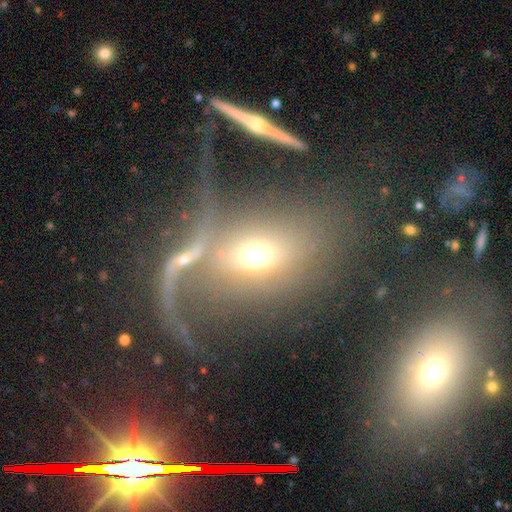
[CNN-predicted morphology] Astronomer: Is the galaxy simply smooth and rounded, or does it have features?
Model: featured or disk — 45% (runner-up: smooth, 40%).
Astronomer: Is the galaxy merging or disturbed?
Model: merger — 39% (runner-up: major disturbance, 26%).